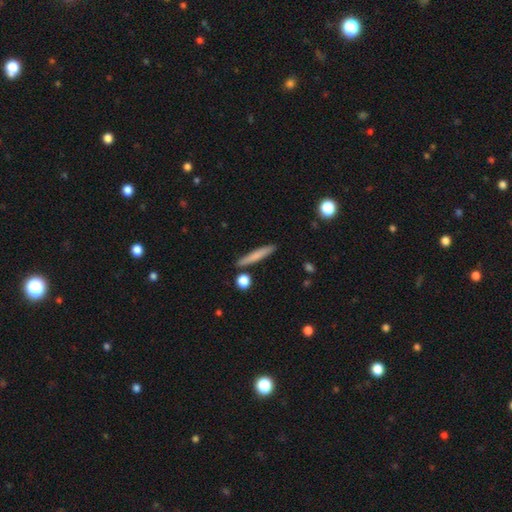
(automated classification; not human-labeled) The model was most divided on "smooth or featured": smooth: 72%, featured or disk: 21%, star or artifact: 6%. More confident: how rounded — cigar-shaped (93%); merging — none (86%).